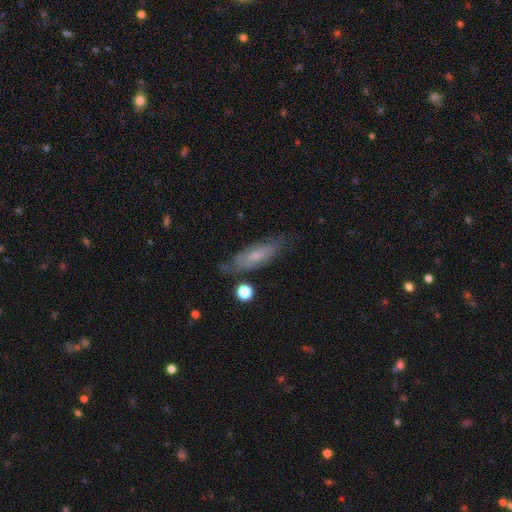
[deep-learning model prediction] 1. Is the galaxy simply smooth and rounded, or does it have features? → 51% smooth, 42% featured or disk, 8% star or artifact.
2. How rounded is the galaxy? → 49% in between, 48% cigar-shaped, 3% round.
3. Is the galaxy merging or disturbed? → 69% none, 21% minor disturbance, 7% major disturbance, 3% merger.